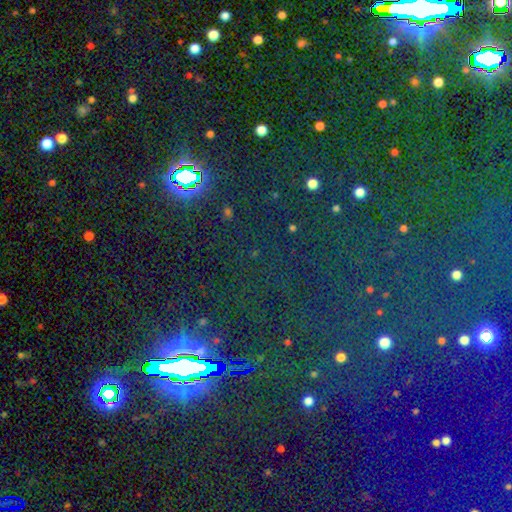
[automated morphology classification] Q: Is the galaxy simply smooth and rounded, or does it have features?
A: star or artifact — 81%.